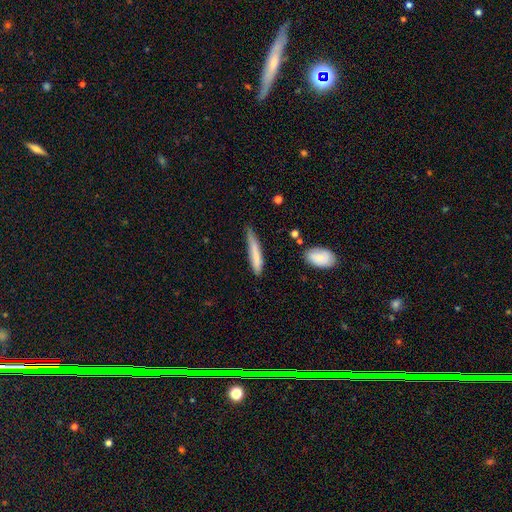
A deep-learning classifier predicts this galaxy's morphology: Q: Smooth or featured?
A: smooth (74%); runner-up: featured or disk (20%)
Q: How rounded?
A: cigar-shaped (90%); runner-up: in between (9%)
Q: Merging?
A: none (57%); runner-up: minor disturbance (33%)